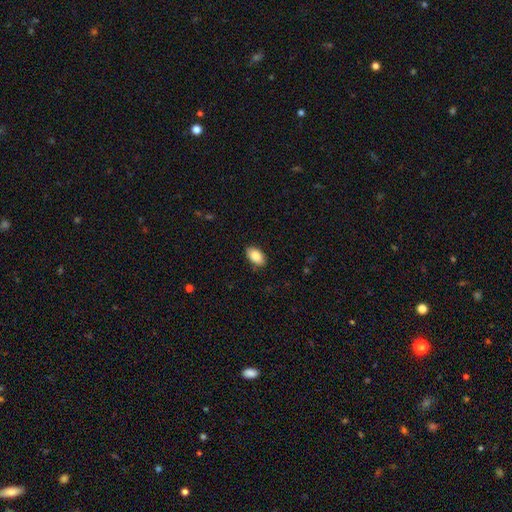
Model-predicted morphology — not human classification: Smooth or featured? Predicted: smooth (p=0.84). How rounded? Predicted: in between (p=0.93). Merging? Predicted: none (p=0.88).